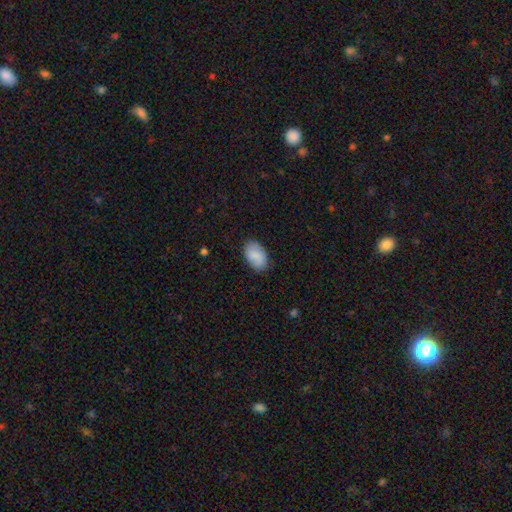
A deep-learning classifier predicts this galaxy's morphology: Overall: smooth (86%). How rounded: in between (93%). Merging: none (85%).